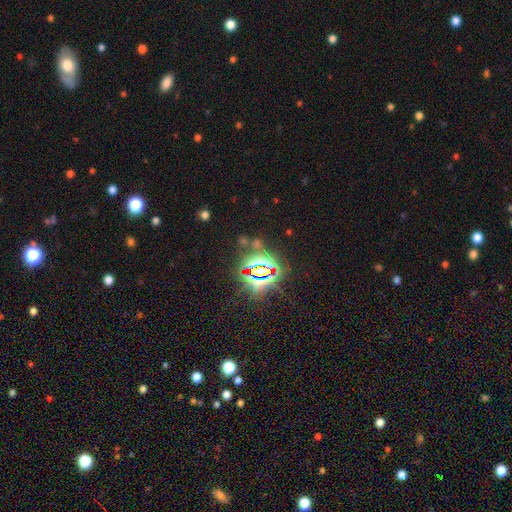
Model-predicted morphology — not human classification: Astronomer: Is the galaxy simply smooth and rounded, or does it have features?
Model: star or artifact — 86%.